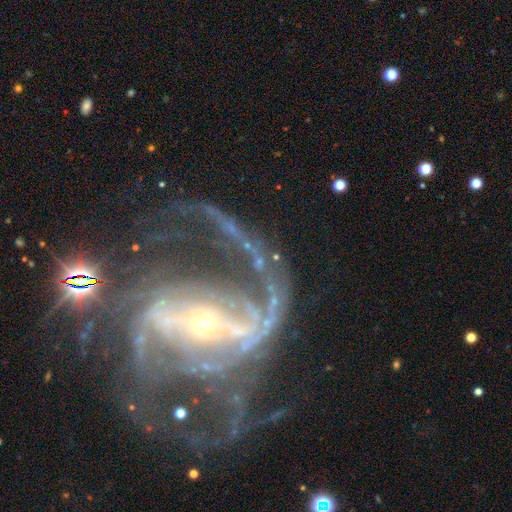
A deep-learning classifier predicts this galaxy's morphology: This appears to be a featured or disk galaxy (91%) with a strong bar (68%), 2 (70%) medium (48%) spiral arms (96%) and a small central bulge (77%). Merging: none (44%).